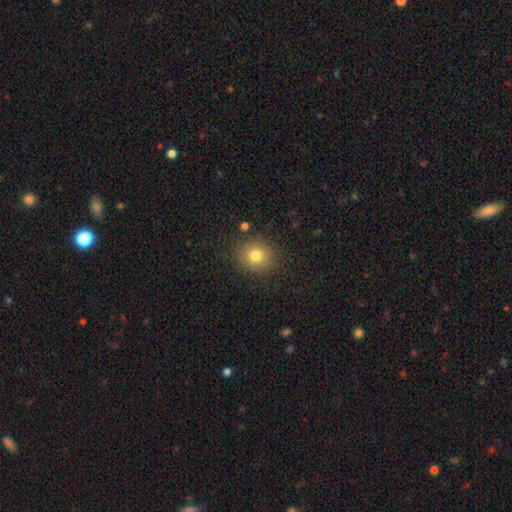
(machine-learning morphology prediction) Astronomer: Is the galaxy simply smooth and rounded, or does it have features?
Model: smooth — 79%.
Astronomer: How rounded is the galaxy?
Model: round — 77%.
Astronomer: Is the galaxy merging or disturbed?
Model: none — 86%.